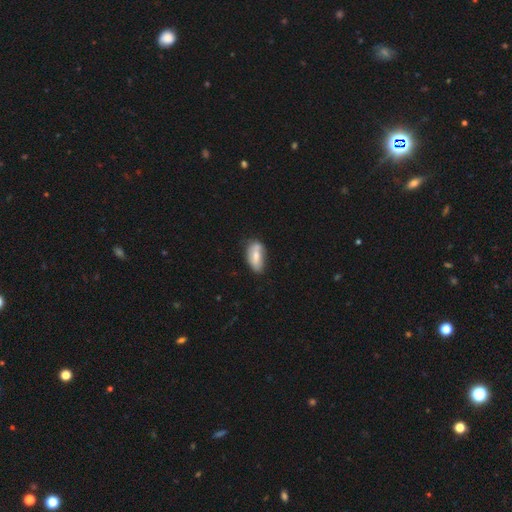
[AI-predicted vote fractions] Smooth or featured? smooth (63%)
How rounded? in between (88%)
Merging? none (57%)